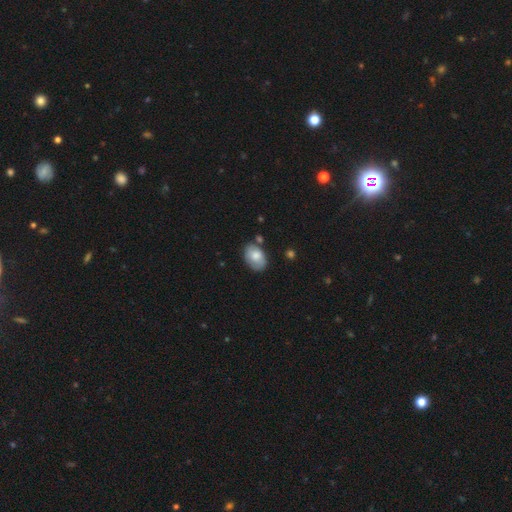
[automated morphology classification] Q: Smooth or featured?
A: smooth (74%); runner-up: featured or disk (19%)
Q: How rounded?
A: in between (84%); runner-up: round (15%)
Q: Merging?
A: none (66%); runner-up: minor disturbance (22%)